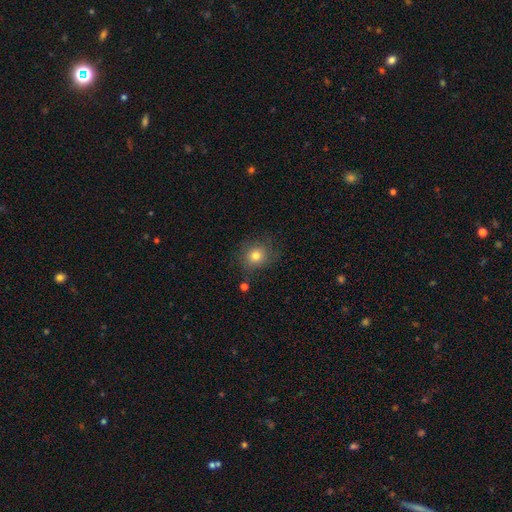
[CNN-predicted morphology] Smooth or featured: smooth — 78% (star or artifact — 12%)
How rounded: round — 79% (in between — 20%)
Merging: none — 74% (minor disturbance — 17%)